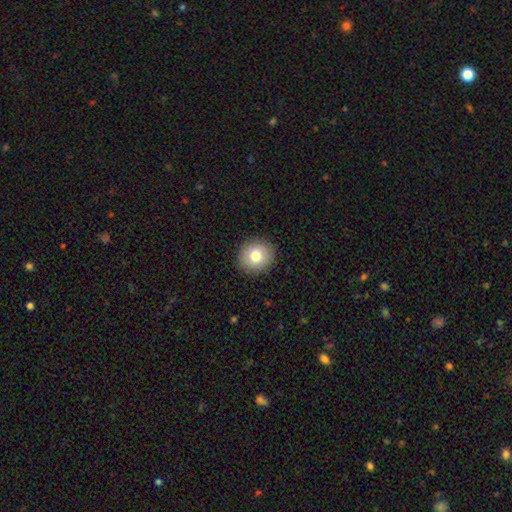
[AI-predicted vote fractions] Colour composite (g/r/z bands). It shows a smooth galaxy with no disk features (79%) that is round (86%). Merging: none (91%).